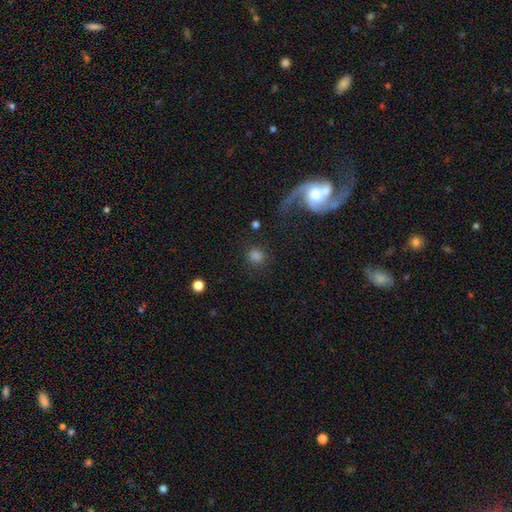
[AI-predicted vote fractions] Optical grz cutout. It shows a smooth galaxy with no disk features (68%) that is round (86%). Merging: none (76%).